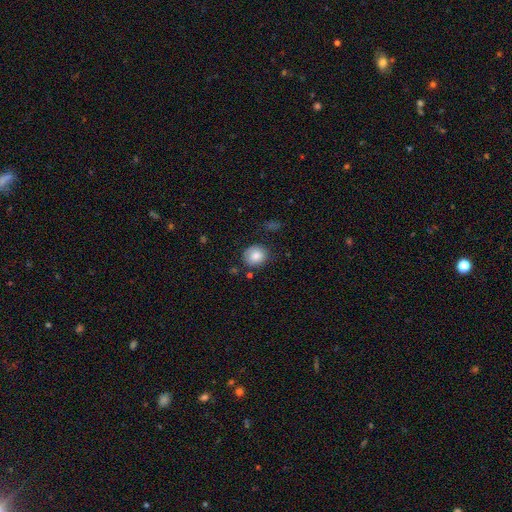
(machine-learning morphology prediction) Q: Smooth or featured?
A: smooth (84%); runner-up: star or artifact (8%)
Q: How rounded?
A: round (75%); runner-up: in between (24%)
Q: Merging?
A: none (75%); runner-up: minor disturbance (17%)